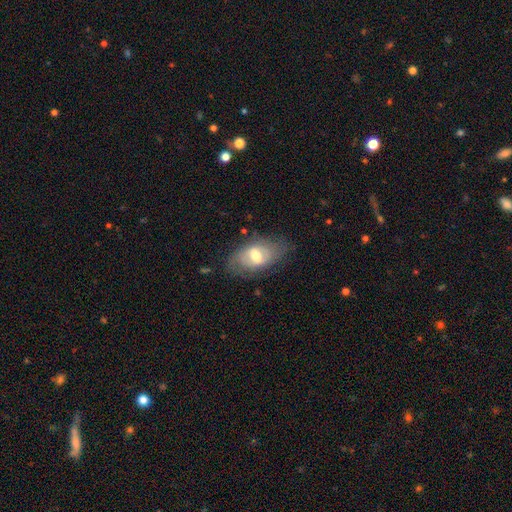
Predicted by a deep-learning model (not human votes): This is possibly a featured or disk galaxy (47%). Merging: likely none (67%).